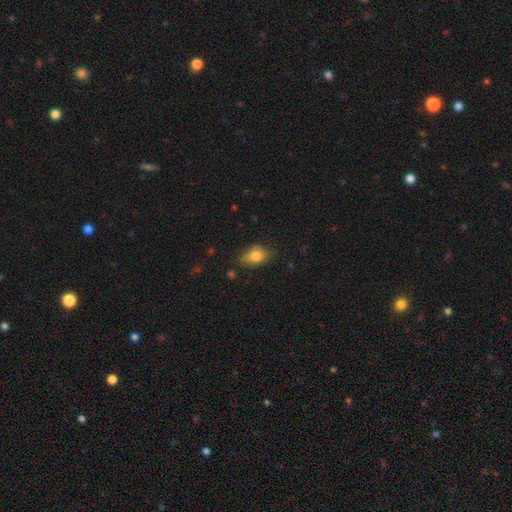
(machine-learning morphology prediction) This is likely a smooth galaxy (73%). How rounded: likely in between (77%). Merging: likely none (65%).